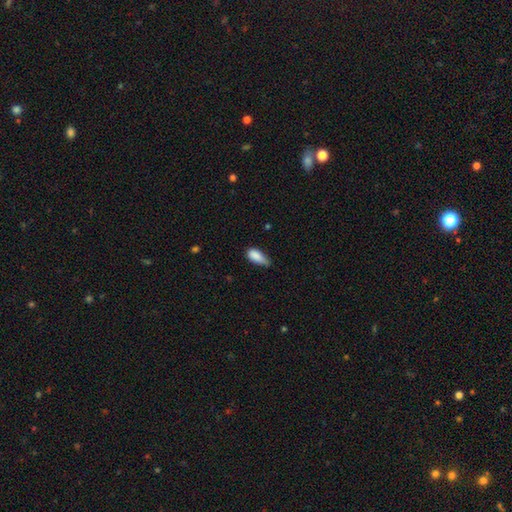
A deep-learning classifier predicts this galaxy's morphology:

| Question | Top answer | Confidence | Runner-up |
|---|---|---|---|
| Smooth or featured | smooth | 85% | star or artifact (8%) |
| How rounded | in between | 83% | cigar-shaped (14%) |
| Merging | minor disturbance | 48% | none (38%) |